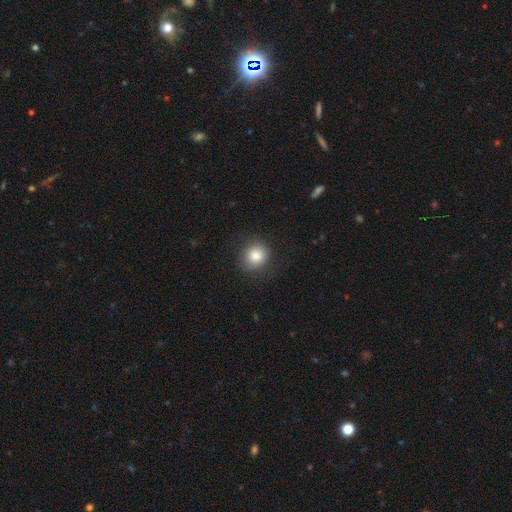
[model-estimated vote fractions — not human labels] Smooth or featured? smooth (83%)
How rounded? round (79%)
Merging? none (85%)